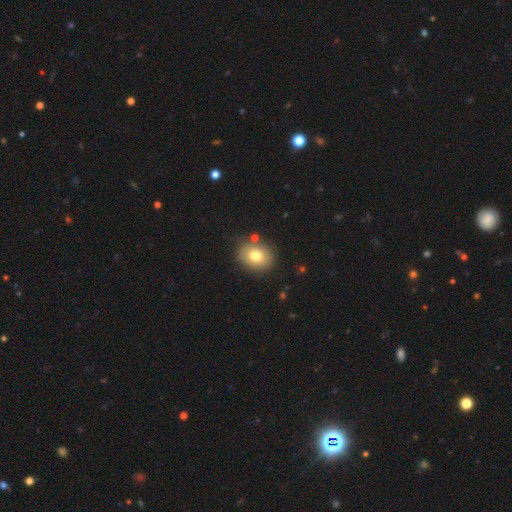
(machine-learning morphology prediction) Smooth or featured?
  - smooth: 76% *
  - featured or disk: 14%
  - star or artifact: 10%
How rounded?
  - round: 59% *
  - in between: 40%
  - cigar-shaped: 1%
Merging?
  - none: 82% *
  - minor disturbance: 10%
  - merger: 5%
  - major disturbance: 3%